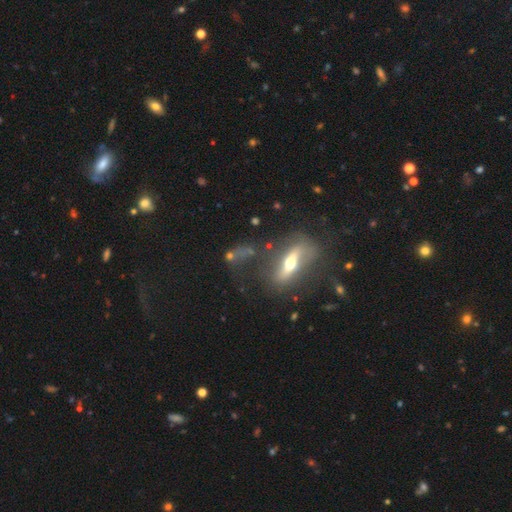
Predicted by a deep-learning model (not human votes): This appears to be a featured or disk galaxy (51%). Merging: none (53%).